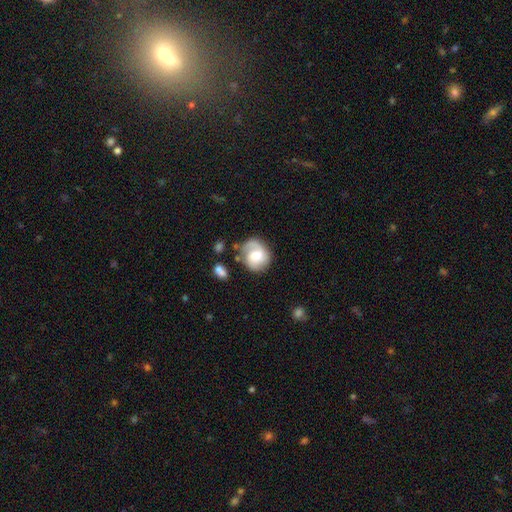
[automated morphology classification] This appears to be a featured or disk galaxy (59%) with no bar (46%), 2 (61%) medium (42%) spiral arms (88%) and a moderate central bulge (64%). Merging: none (65%).